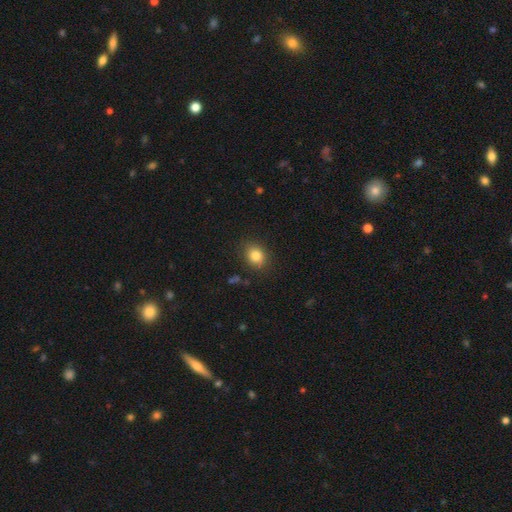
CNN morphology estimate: smooth_or_featured: smooth (p=0.83) [alt: star or artifact p=0.10]
how_rounded: round (p=0.56) [alt: in between p=0.42]
merging: none (p=0.84) [alt: minor disturbance p=0.12]